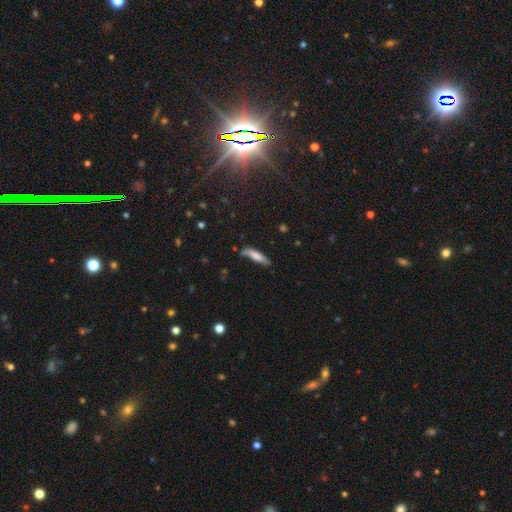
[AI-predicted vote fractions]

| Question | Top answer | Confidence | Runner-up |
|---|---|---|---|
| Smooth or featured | smooth | 68% | featured or disk (25%) |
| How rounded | cigar-shaped | 74% | in between (24%) |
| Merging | none | 60% | minor disturbance (28%) |